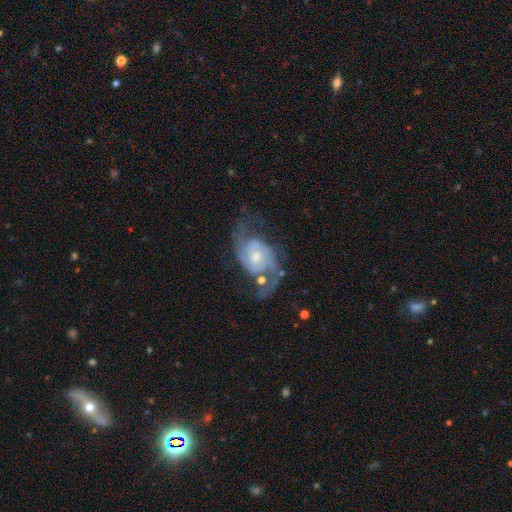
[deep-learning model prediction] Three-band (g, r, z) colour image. It shows a featured or disk galaxy (86%) with no bar (58%), 2 (85%) medium (50%) spiral arms (96%) and a small central bulge (47%). Merging: none (68%).